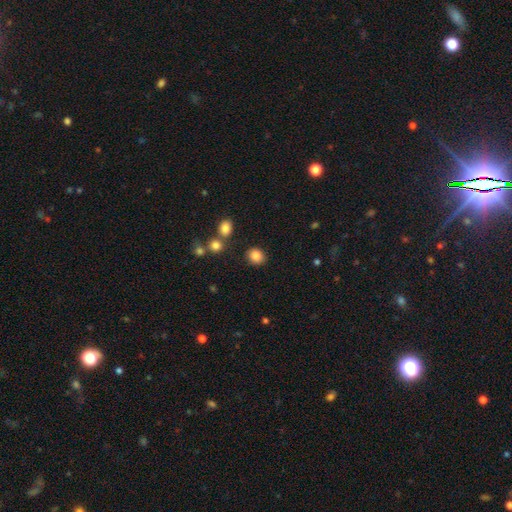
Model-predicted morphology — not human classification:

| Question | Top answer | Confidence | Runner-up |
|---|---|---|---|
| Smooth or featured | smooth | 85% | star or artifact (10%) |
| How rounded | round | 72% | in between (27%) |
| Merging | none | 84% | minor disturbance (9%) |